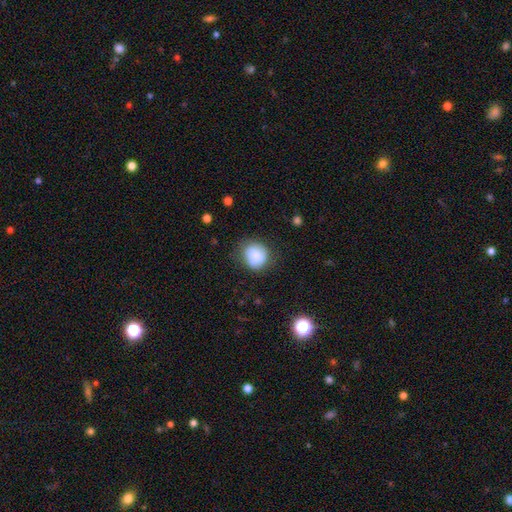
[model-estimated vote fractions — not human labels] smooth_or_featured: smooth (p=0.74) [alt: featured or disk p=0.18]
how_rounded: round (p=0.67) [alt: in between p=0.32]
merging: none (p=0.66) [alt: minor disturbance p=0.23]